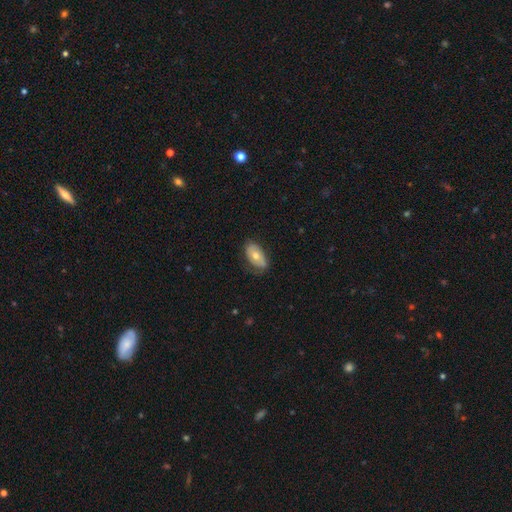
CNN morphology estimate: Smooth or featured: smooth — 52% (featured or disk — 41%)
How rounded: in between — 92% (round — 6%)
Merging: none — 70% (minor disturbance — 23%)